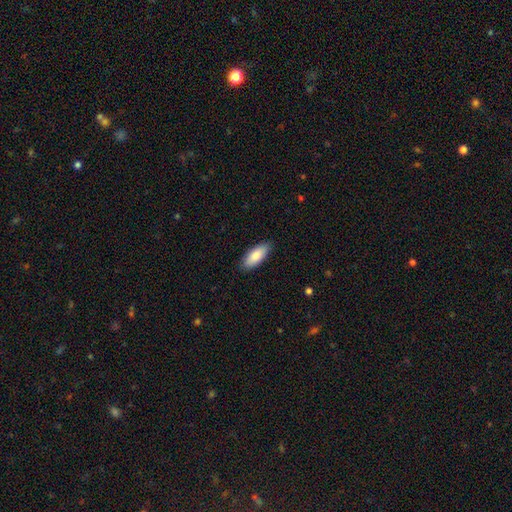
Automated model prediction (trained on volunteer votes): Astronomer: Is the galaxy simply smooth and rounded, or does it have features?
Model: smooth — 83%.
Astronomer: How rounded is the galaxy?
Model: in between — 79%.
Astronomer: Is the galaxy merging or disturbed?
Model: none — 88%.